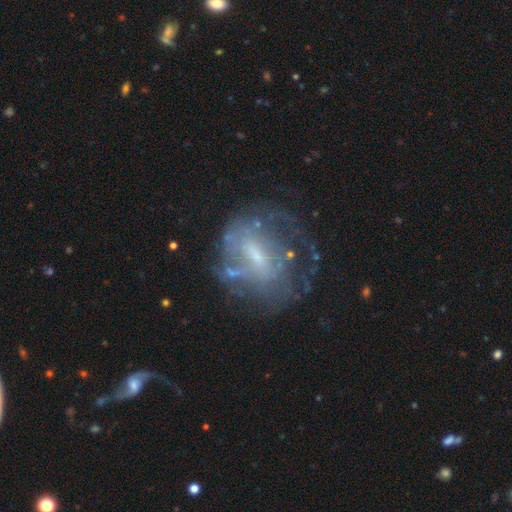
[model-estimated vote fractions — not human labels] Q: Smooth or featured?
A: featured or disk (73%); runner-up: smooth (16%)
Q: Edge-on disk?
A: no (96%); runner-up: yes (4%)
Q: Bar?
A: weak (51%); runner-up: no (30%)
Q: Spiral arms?
A: yes (65%); runner-up: no (35%)
Q: Bulge size?
A: small (57%); runner-up: moderate (28%)
Q: Merging?
A: none (51%); runner-up: major disturbance (24%)